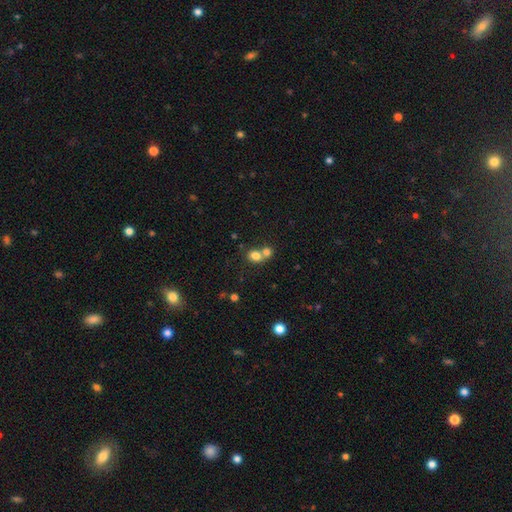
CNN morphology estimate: A smooth galaxy with no disk features (77%) that is round (63%).

Vote fractions:
- Smooth or featured? smooth: 77% / star or artifact: 12% / featured or disk: 11%
- How rounded? round: 63% / in between: 36% / cigar-shaped: 1%
- Merging? merger: 56% / none: 35% / minor disturbance: 6% / major disturbance: 3%